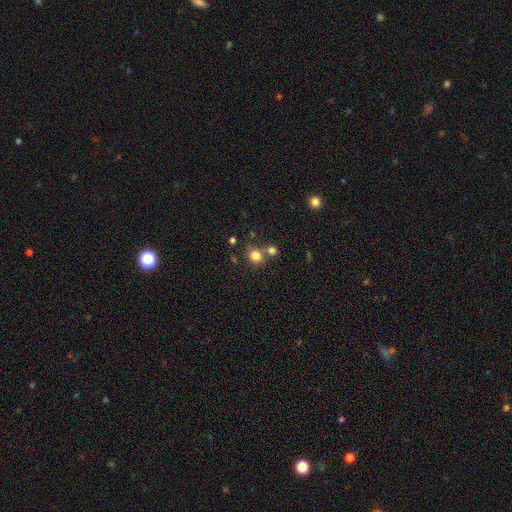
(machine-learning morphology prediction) This is clearly a smooth galaxy (80%). How rounded: clearly round (83%). Merging: likely none (61%).